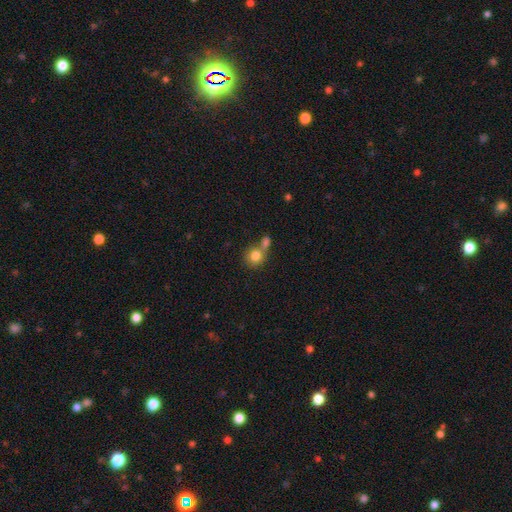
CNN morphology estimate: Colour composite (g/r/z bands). It shows a smooth galaxy with no disk features (81%) that is round (85%). Merging: none (46%).